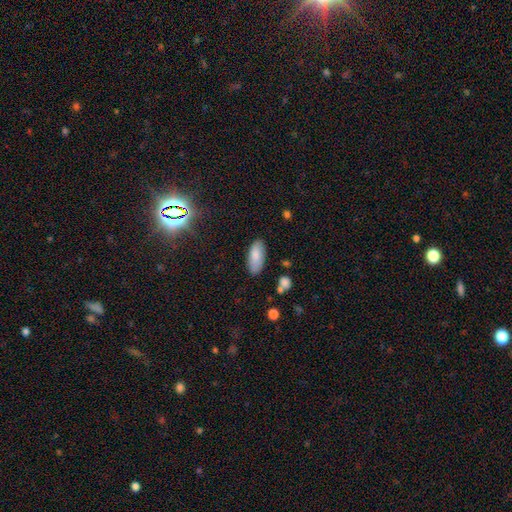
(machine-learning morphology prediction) smooth 85%, featured or disk 8%, star or artifact 7%. Down the decision tree: how rounded — in between (86%); merging — none (84%).